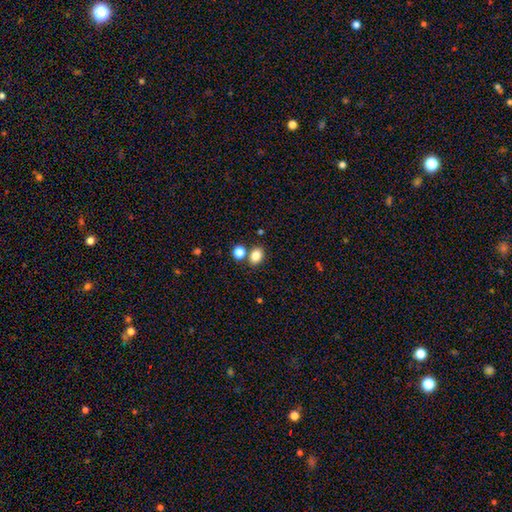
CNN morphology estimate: This appears to be a smooth galaxy with no disk features (84%) that is in between round and cigar-shaped (62%). Merging: none (71%).